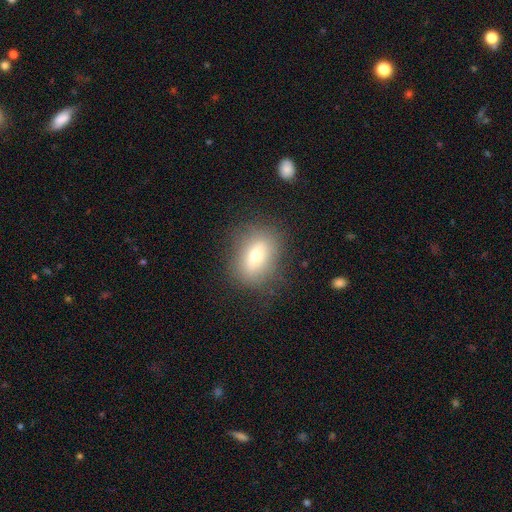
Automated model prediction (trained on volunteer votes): Smooth or featured? smooth (64%)
How rounded? in between (67%)
Merging? none (79%)